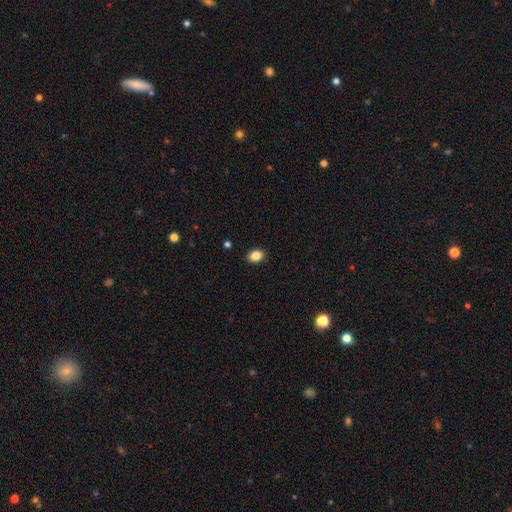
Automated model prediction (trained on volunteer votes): Smooth or featured? smooth (86%)
How rounded? in between (67%)
Merging? none (90%)